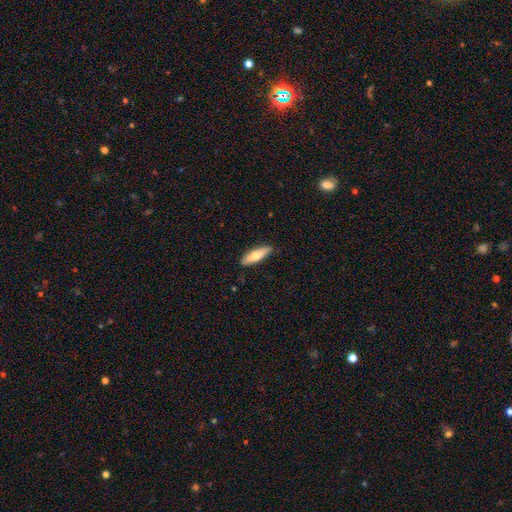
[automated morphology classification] type=smooth (63%); roundness=cigar-shaped (63%); merging=none (86%).